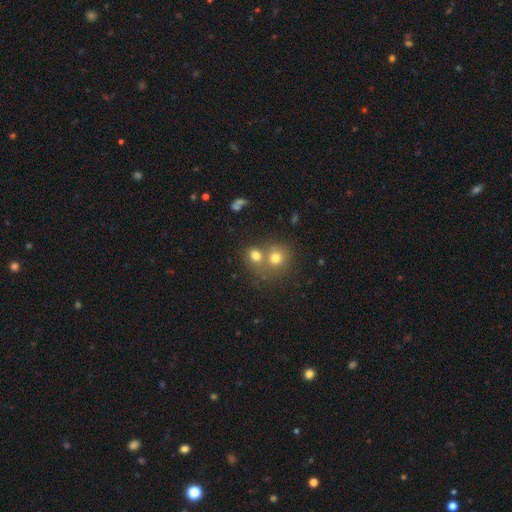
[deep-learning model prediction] Smooth or featured? smooth (73%)
How rounded? round (66%)
Merging? merger (50%)